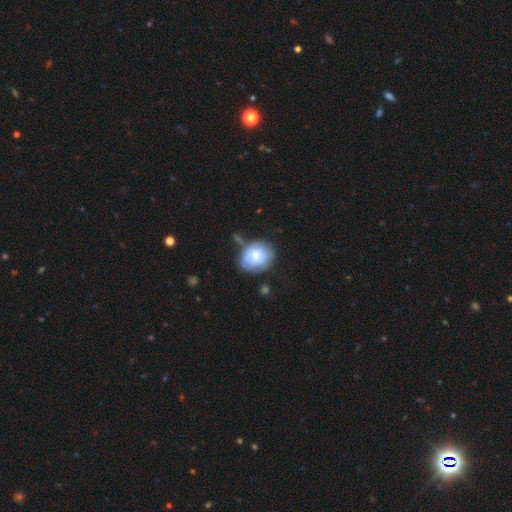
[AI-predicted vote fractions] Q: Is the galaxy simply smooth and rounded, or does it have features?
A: smooth — 68%.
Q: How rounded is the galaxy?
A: round — 62%.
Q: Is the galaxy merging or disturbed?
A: none — 54%.